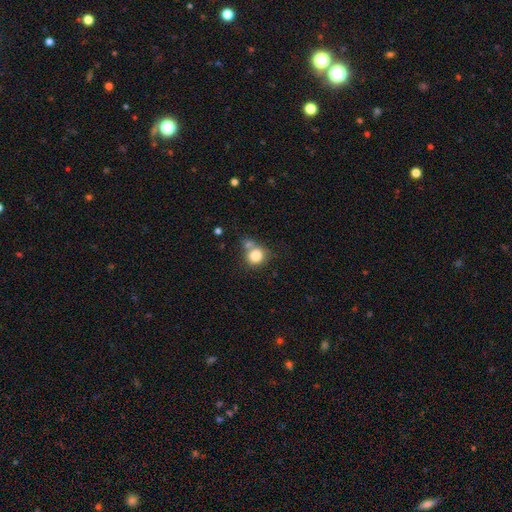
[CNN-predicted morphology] Smooth or featured? Predicted: smooth (p=0.81). How rounded? Predicted: round (p=0.84). Merging? Predicted: none (p=0.51).